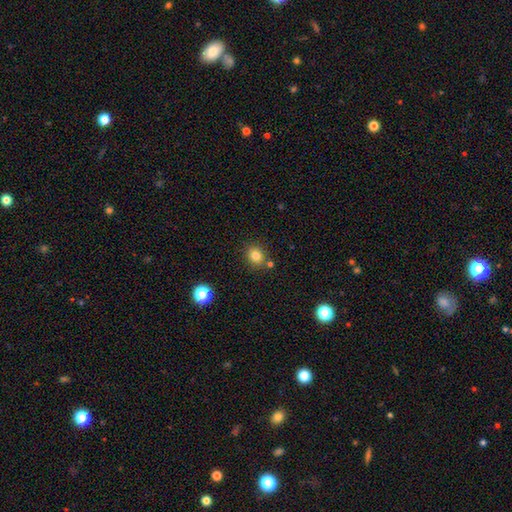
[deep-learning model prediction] smooth 80%, star or artifact 13%, featured or disk 7%. Down the decision tree: how rounded — round (65%); merging — none (78%).